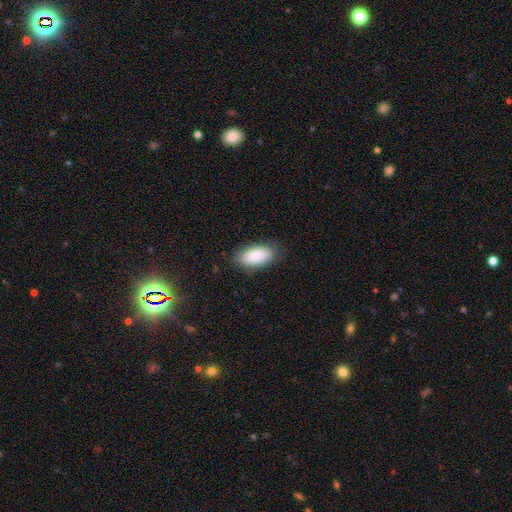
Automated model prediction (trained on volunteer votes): This is clearly a smooth galaxy (89%). How rounded: clearly in between (93%). Merging: clearly none (83%).